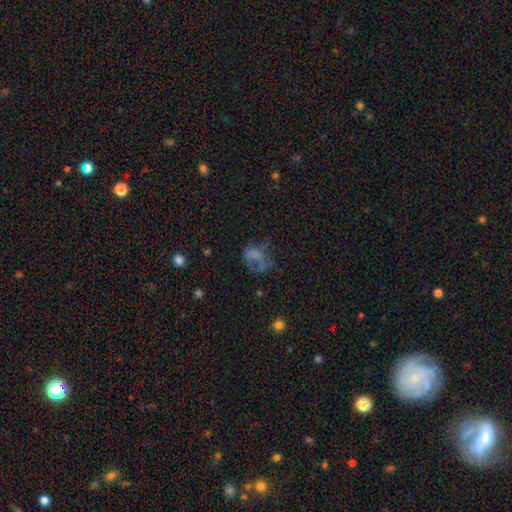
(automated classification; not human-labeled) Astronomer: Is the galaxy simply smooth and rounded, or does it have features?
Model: smooth — 45% (runner-up: featured or disk, 34%).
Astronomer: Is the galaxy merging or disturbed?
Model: major disturbance — 46% (runner-up: none, 29%).